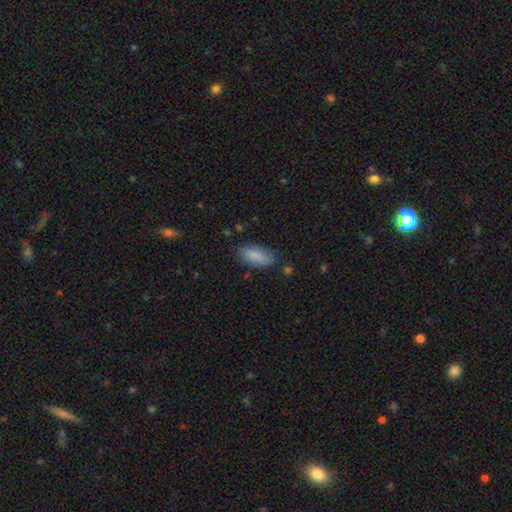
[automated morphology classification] type=smooth (84%); roundness=in between (79%); merging=none (79%).